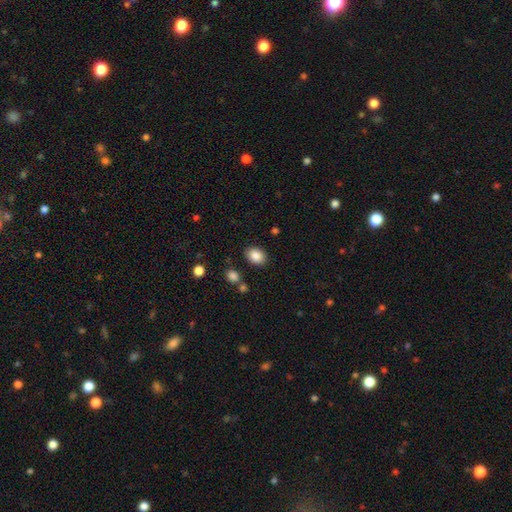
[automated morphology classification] The model was most divided on "how rounded": in between: 70%, round: 29%, cigar-shaped: 1%. More confident: smooth or featured — smooth (87%); merging — none (85%).